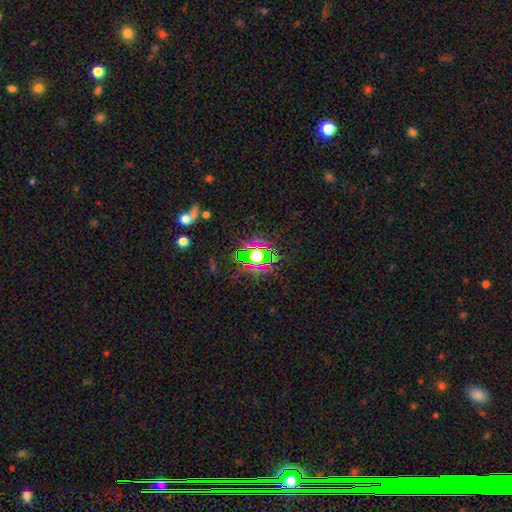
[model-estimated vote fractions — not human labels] A star or artifact, not a galaxy (58%).

Vote fractions:
- Smooth or featured? star or artifact: 58% / smooth: 26% / featured or disk: 15%